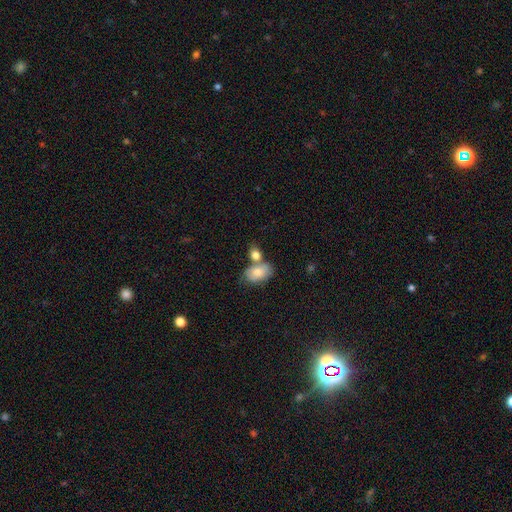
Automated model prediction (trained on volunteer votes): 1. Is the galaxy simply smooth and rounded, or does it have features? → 78% smooth, 14% featured or disk, 8% star or artifact.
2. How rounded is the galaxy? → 76% in between, 22% round, 2% cigar-shaped.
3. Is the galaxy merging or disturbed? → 45% merger, 39% none, 12% minor disturbance, 5% major disturbance.